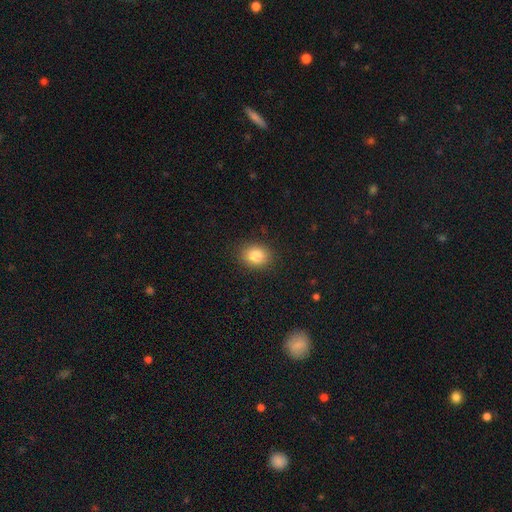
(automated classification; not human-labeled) Q: Smooth or featured?
A: smooth (83%); runner-up: star or artifact (10%)
Q: How rounded?
A: in between (56%); runner-up: round (43%)
Q: Merging?
A: none (88%); runner-up: minor disturbance (8%)